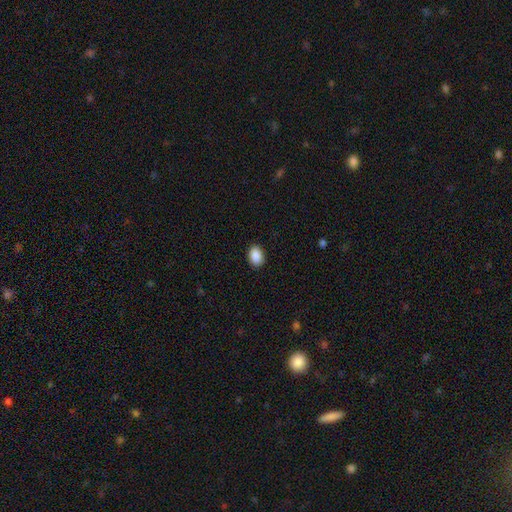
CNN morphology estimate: This is clearly a smooth galaxy (90%). How rounded: clearly in between (81%). Merging: clearly none (90%).